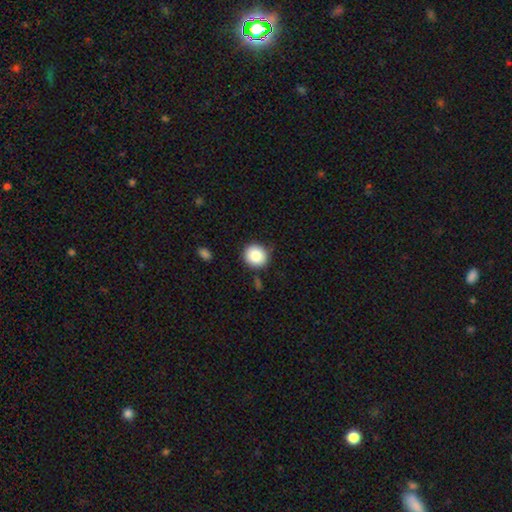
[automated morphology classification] smooth-or-featured: smooth: 85% | star or artifact: 9% | featured or disk: 6%
  how-rounded: round: 89% | in between: 10% | cigar-shaped: 1%
  merging: none: 81% | minor disturbance: 13% | major disturbance: 3% | merger: 3%